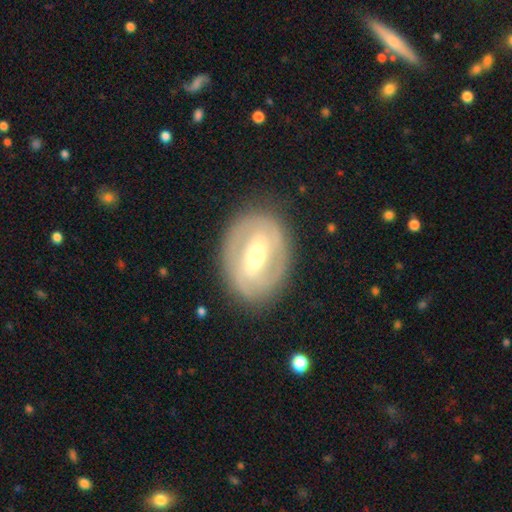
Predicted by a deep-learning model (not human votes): The model was most divided on "bar": strong: 54%, weak: 33%, no: 13%. More confident: edge-on disk — no (94%); merging — none (83%); smooth or featured — featured or disk (78%); spiral arms — yes (72%); spiral arm count — 2 (64%); bulge size — moderate (61%); spiral winding — tight (58%).